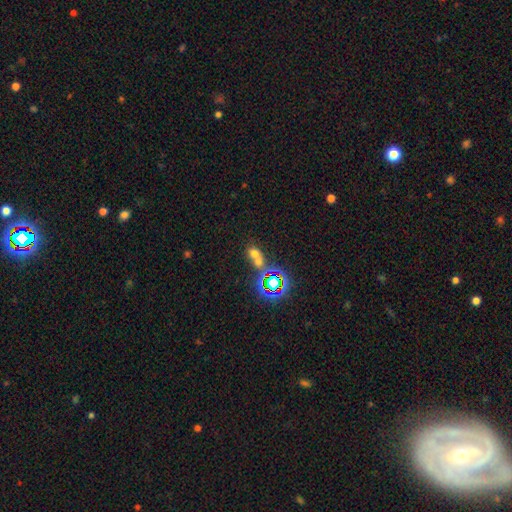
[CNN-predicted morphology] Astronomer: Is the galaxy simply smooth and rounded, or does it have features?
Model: smooth — 54% (runner-up: star or artifact, 31%).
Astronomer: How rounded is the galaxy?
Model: round — 59% (runner-up: in between, 39%).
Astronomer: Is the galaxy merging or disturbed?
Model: merger — 56% (runner-up: none, 31%).